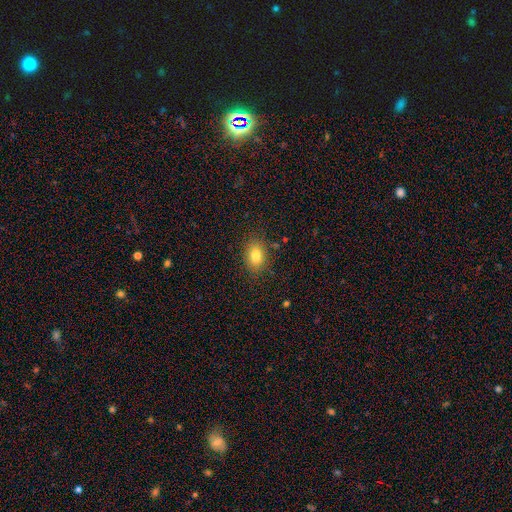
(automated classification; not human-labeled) A smooth galaxy with no disk features (81%) that is in between round and cigar-shaped (78%).

Vote fractions:
- Smooth or featured? smooth: 81% / star or artifact: 10% / featured or disk: 9%
- How rounded? in between: 78% / round: 20% / cigar-shaped: 1%
- Merging? none: 85% / minor disturbance: 11% / major disturbance: 3% / merger: 1%